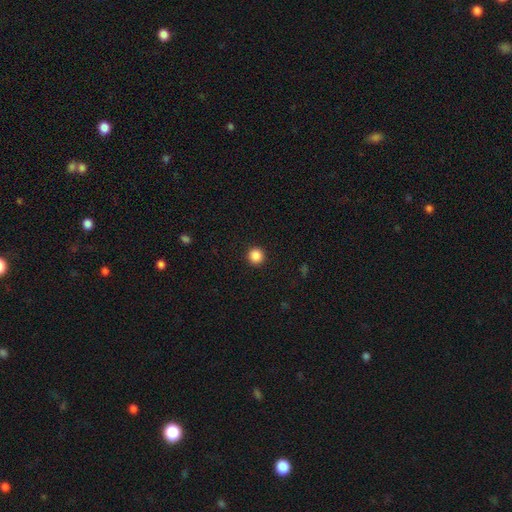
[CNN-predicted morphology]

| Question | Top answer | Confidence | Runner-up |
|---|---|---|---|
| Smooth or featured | smooth | 87% | star or artifact (10%) |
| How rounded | round | 95% | in between (4%) |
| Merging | none | 93% | minor disturbance (4%) |